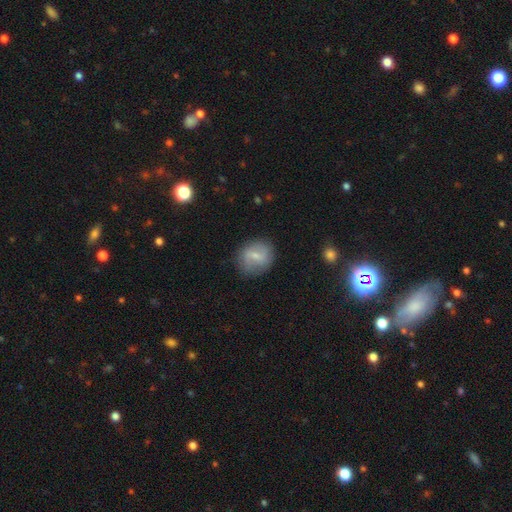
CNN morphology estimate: A featured or disk galaxy (47%). Merging: none (77%).